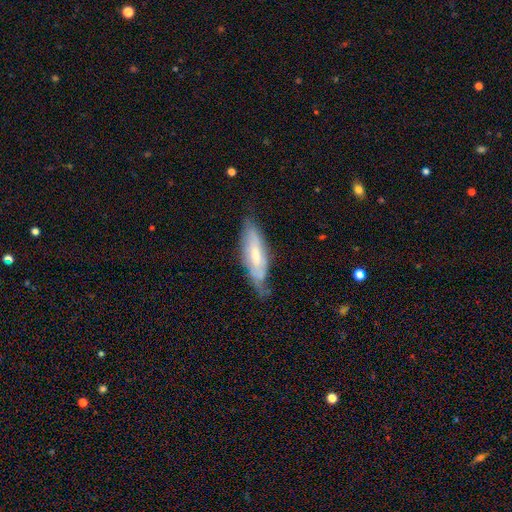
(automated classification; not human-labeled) This appears to be a featured or disk galaxy (53%). Merging: none (56%).